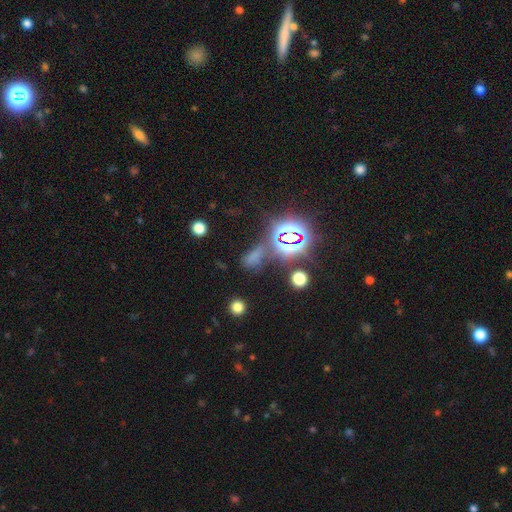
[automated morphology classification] A star or artifact, not a galaxy (49%).